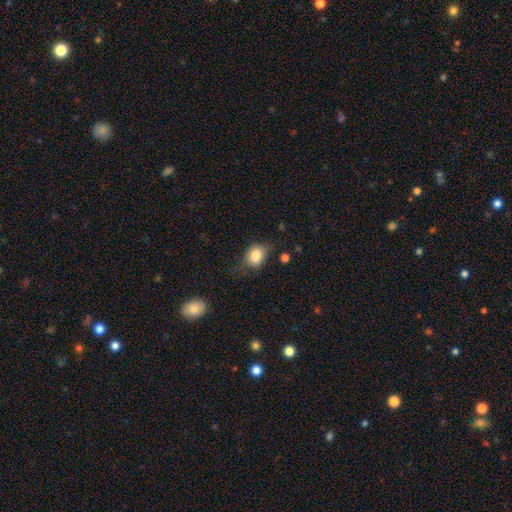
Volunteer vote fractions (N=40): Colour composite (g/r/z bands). It shows a smooth galaxy with no disk features (85%) that is in between round and cigar-shaped (50%). Merging: none (43%).